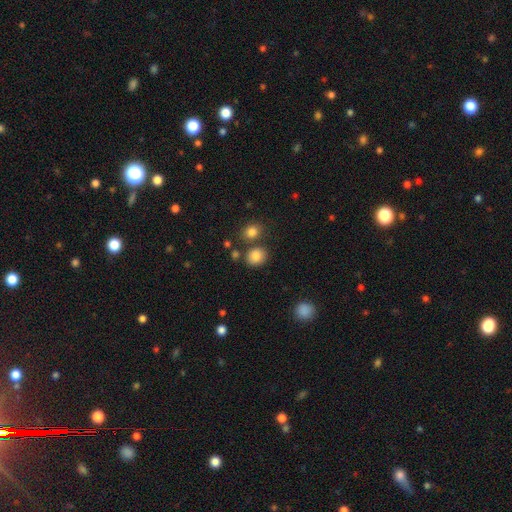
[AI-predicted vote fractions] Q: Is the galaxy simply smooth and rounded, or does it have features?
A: smooth — 84%.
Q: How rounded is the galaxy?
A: round — 71%.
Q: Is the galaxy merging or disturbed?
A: none — 75%.